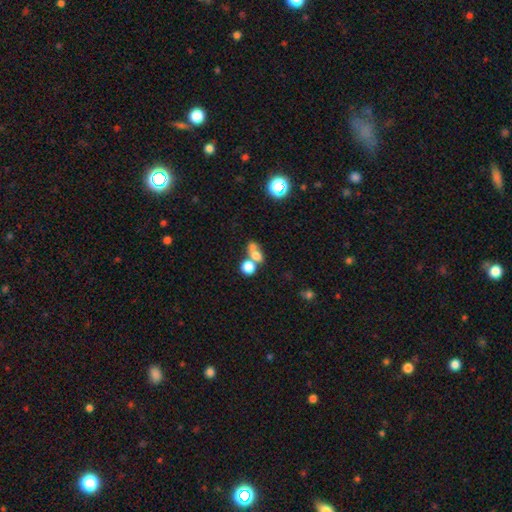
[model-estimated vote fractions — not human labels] Smooth or featured? smooth (69%)
How rounded? round (57%)
Merging? merger (59%)